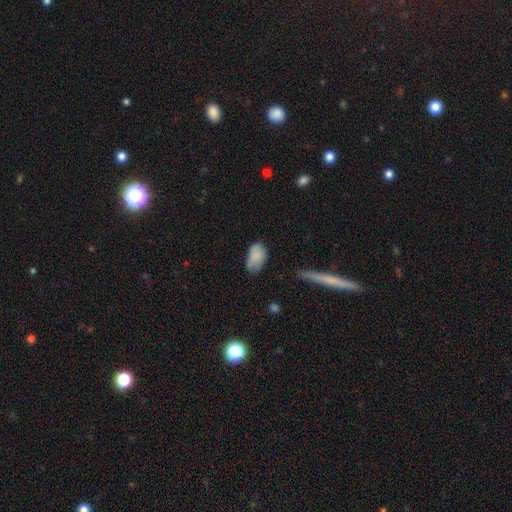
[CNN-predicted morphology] A smooth galaxy with no disk features (81%) that is in between round and cigar-shaped (92%).

Vote fractions:
- Smooth or featured? smooth: 81% / featured or disk: 10% / star or artifact: 8%
- How rounded? in between: 92% / round: 6% / cigar-shaped: 2%
- Merging? none: 49% / minor disturbance: 36% / major disturbance: 11% / merger: 3%